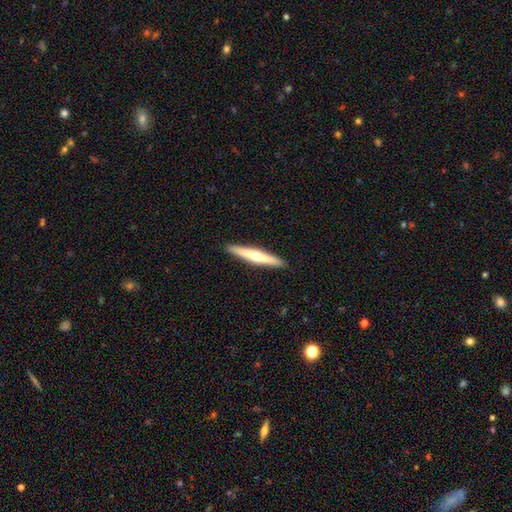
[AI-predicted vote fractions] featured or disk 51%, smooth 44%, star or artifact 5%. Down the decision tree: edge-on disk — yes (96%); merging — none (92%).